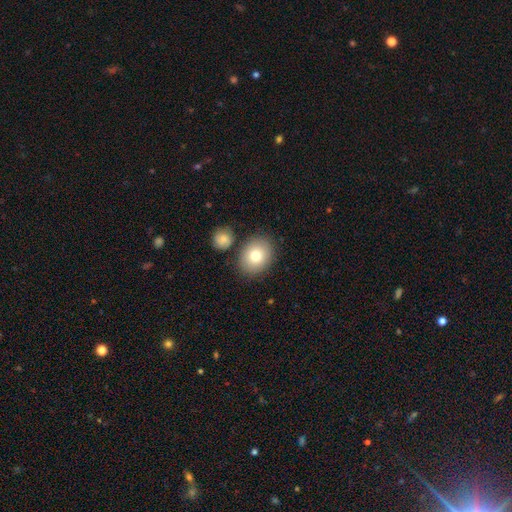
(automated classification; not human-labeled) Smooth or featured?
  - smooth: 78% *
  - featured or disk: 13%
  - star or artifact: 9%
How rounded?
  - round: 54% *
  - in between: 45%
  - cigar-shaped: 1%
Merging?
  - none: 80% *
  - minor disturbance: 9%
  - merger: 8%
  - major disturbance: 3%